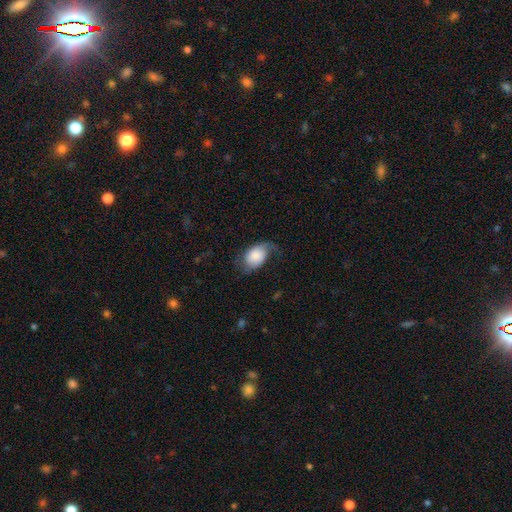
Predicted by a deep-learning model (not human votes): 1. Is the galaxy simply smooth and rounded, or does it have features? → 59% smooth, 33% featured or disk, 7% star or artifact.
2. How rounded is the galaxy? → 84% in between, 14% round, 1% cigar-shaped.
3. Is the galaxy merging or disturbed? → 39% none, 32% minor disturbance, 28% major disturbance, 2% merger.